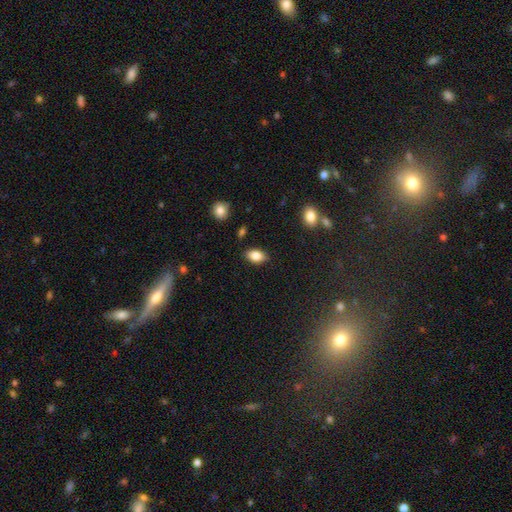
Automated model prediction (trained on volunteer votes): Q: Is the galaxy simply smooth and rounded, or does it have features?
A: smooth — 83%.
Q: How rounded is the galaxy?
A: in between — 89%.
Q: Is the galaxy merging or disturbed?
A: none — 86%.